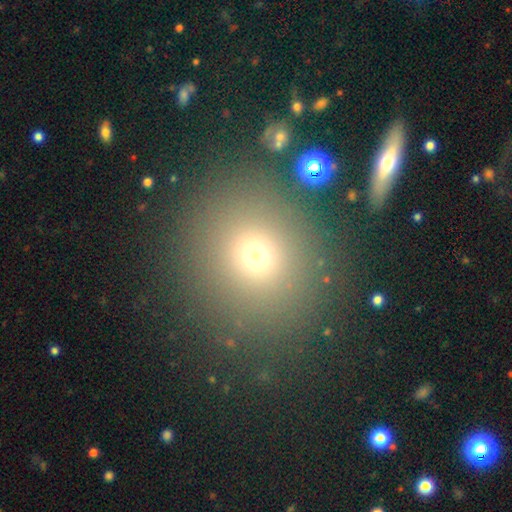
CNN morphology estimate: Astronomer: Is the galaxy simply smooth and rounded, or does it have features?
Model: smooth — 68%.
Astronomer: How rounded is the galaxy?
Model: round — 84%.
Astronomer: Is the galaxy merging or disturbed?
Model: none — 84%.